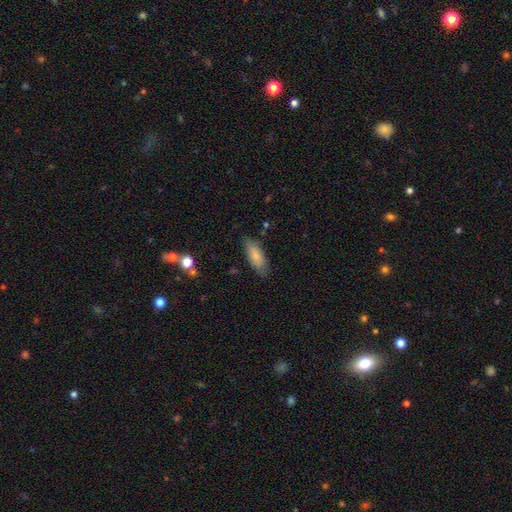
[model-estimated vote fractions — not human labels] This appears to be a smooth galaxy with no disk features (80%) that is in between round and cigar-shaped (74%). Merging: none (78%).